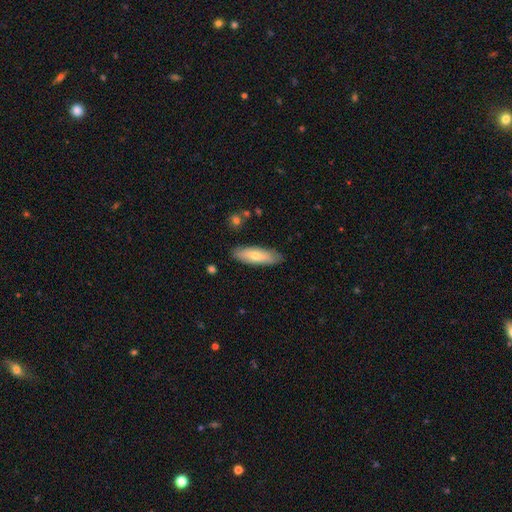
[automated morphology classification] This is likely a smooth galaxy (67%). How rounded: possibly in between (54%). Merging: clearly none (85%).